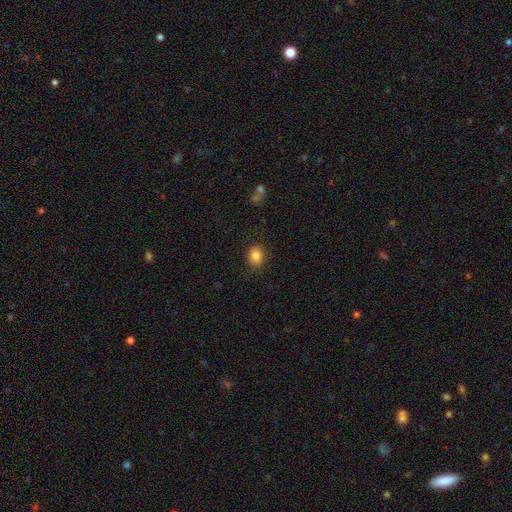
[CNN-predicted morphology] Overall: smooth (84%). How rounded: round (52%; in between 47%). Merging: none (88%).